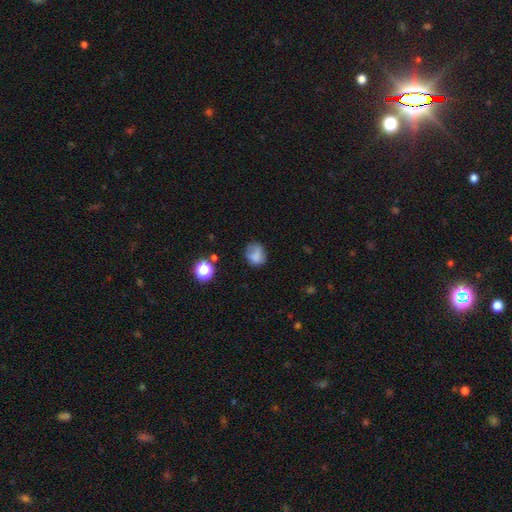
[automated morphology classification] Smooth or featured?
  - smooth: 72% *
  - featured or disk: 15%
  - star or artifact: 13%
How rounded?
  - round: 63% *
  - in between: 36%
  - cigar-shaped: 1%
Merging?
  - none: 54% *
  - minor disturbance: 27%
  - major disturbance: 15%
  - merger: 3%